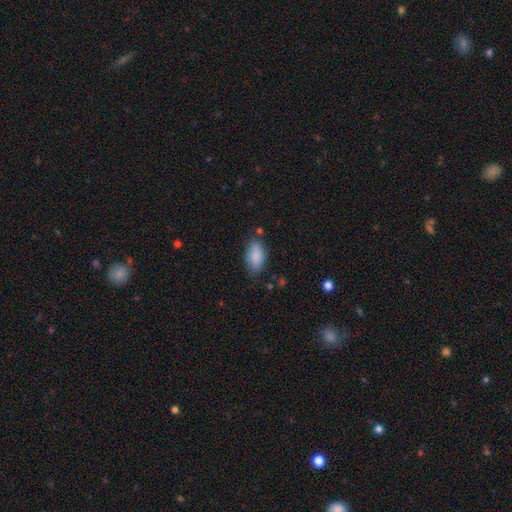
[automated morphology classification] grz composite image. It shows a smooth galaxy with no disk features (87%) that is in between round and cigar-shaped (91%). Merging: none (72%).